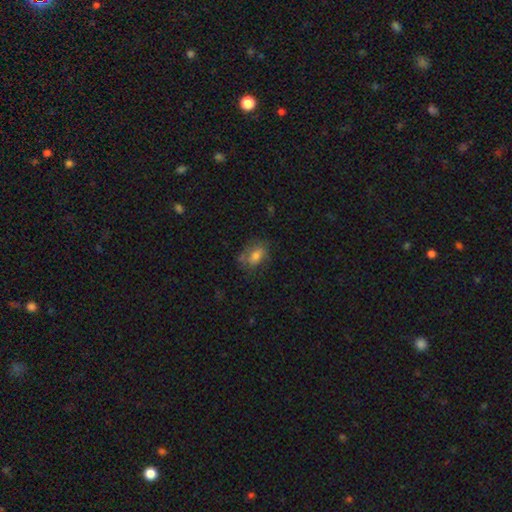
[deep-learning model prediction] Smooth or featured? Predicted: smooth (p=0.62). How rounded? Predicted: in between (p=0.78). Merging? Predicted: none (p=0.58).